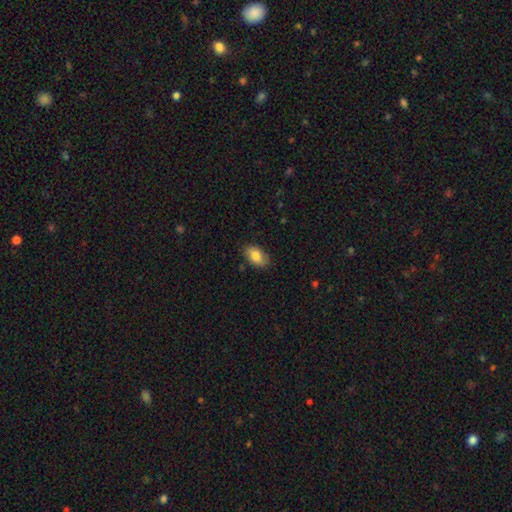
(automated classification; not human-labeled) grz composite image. It shows a smooth galaxy with no disk features (83%) that is in between round and cigar-shaped (92%). Merging: none (83%).